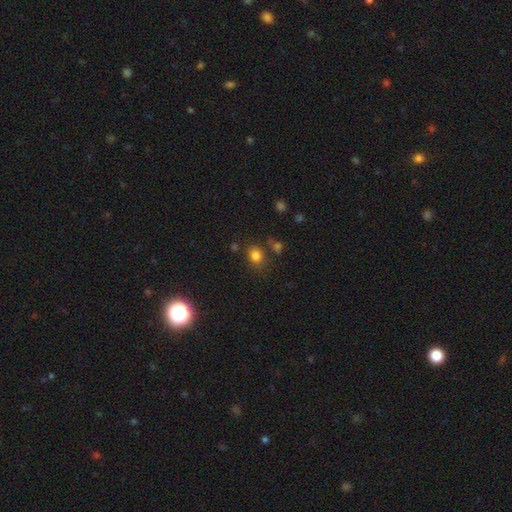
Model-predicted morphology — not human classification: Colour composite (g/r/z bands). It shows a smooth galaxy with no disk features (79%) that is round (57%). Merging: none (73%).